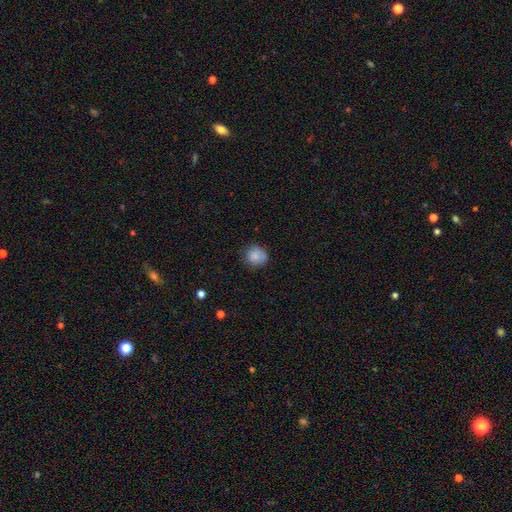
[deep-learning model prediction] Smooth or featured? smooth (83%)
How rounded? round (87%)
Merging? none (72%)